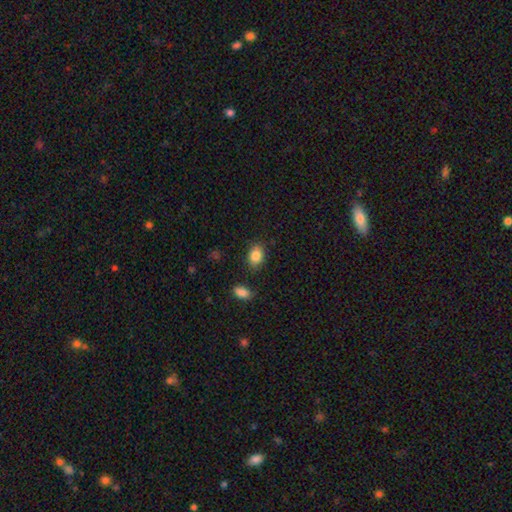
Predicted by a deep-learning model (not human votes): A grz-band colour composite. It shows a smooth galaxy with no disk features (85%) that is in between round and cigar-shaped (69%). Merging: none (83%).